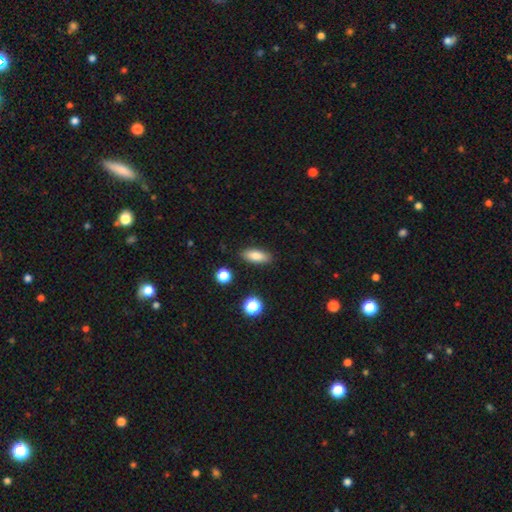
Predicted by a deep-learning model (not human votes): This appears to be a smooth galaxy with no disk features (82%) that is in between round and cigar-shaped (75%). Merging: none (87%).